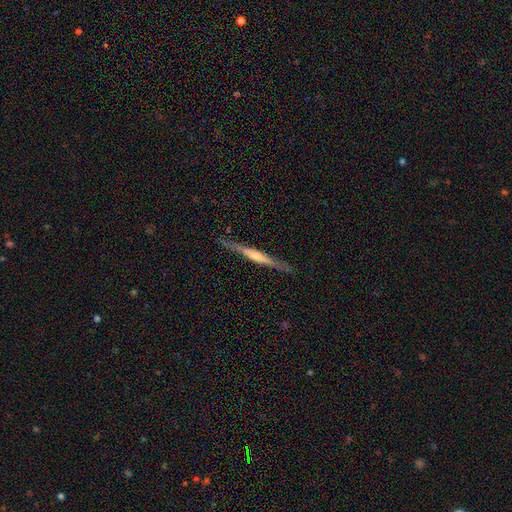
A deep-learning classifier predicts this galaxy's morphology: Smooth or featured? Predicted: featured or disk (p=0.70). Edge-on disk? Predicted: yes (p=0.97). Edge-on bulge? Predicted: rounded (p=0.68). Merging? Predicted: none (p=0.87).